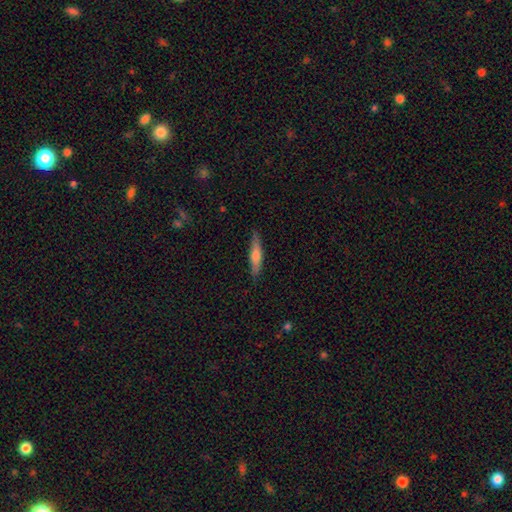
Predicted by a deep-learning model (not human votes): Smooth or featured? Predicted: smooth (p=0.56). How rounded? Predicted: cigar-shaped (p=0.86). Merging? Predicted: none (p=0.86).